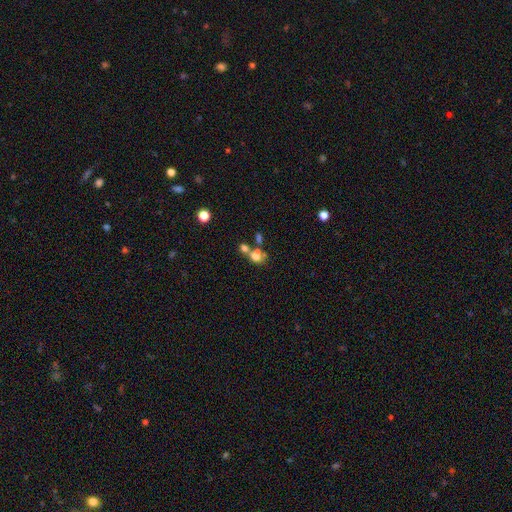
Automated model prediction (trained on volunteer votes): smooth-or-featured: smooth: 63% | featured or disk: 22% | star or artifact: 16%
  how-rounded: round: 64% | in between: 34% | cigar-shaped: 2%
  merging: merger: 54% | none: 31% | minor disturbance: 8% | major disturbance: 7%